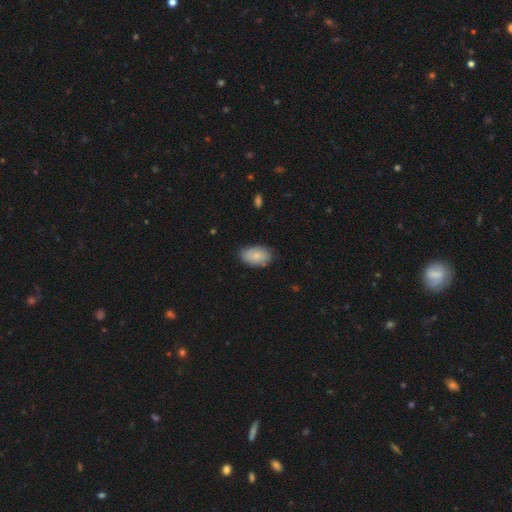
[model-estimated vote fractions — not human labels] Q: Smooth or featured?
A: smooth (71%); runner-up: featured or disk (22%)
Q: How rounded?
A: in between (92%); runner-up: round (6%)
Q: Merging?
A: none (76%); runner-up: minor disturbance (19%)